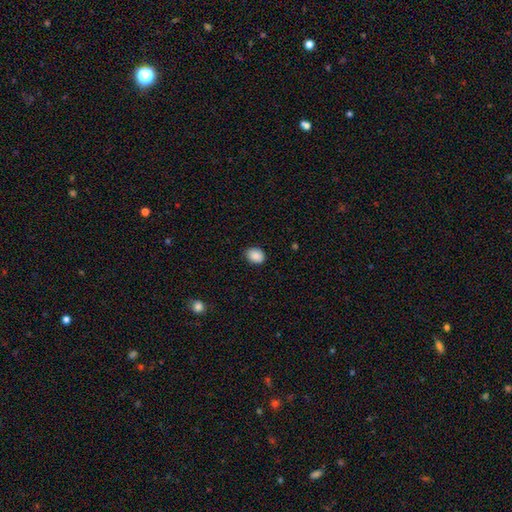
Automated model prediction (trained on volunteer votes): Morphology: type=smooth (89%); roundness=in between (57%); merging=none (86%).